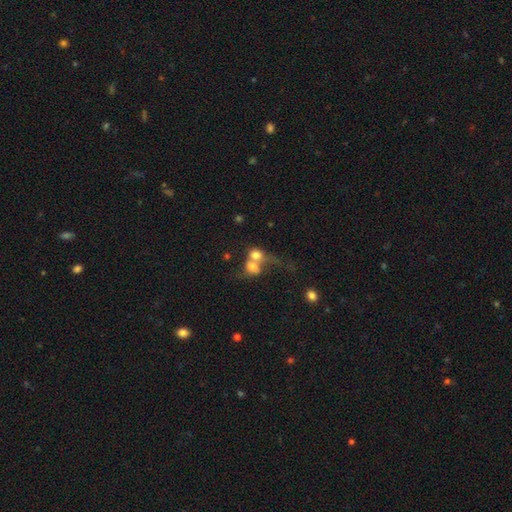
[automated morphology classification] The model was most divided on "how rounded": round: 55%, in between: 43%, cigar-shaped: 2%. More confident: merging — merger (75%); smooth or featured — smooth (64%).